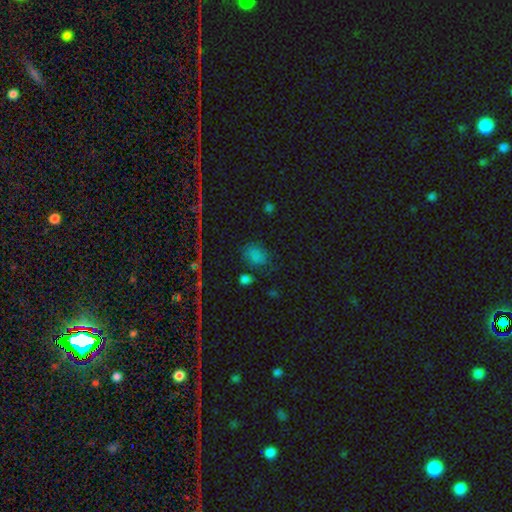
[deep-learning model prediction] Smooth or featured?
  - smooth: 69% *
  - star or artifact: 23%
  - featured or disk: 8%
How rounded?
  - in between: 61% *
  - round: 37%
  - cigar-shaped: 2%
Merging?
  - none: 67% *
  - minor disturbance: 21%
  - major disturbance: 7%
  - merger: 5%